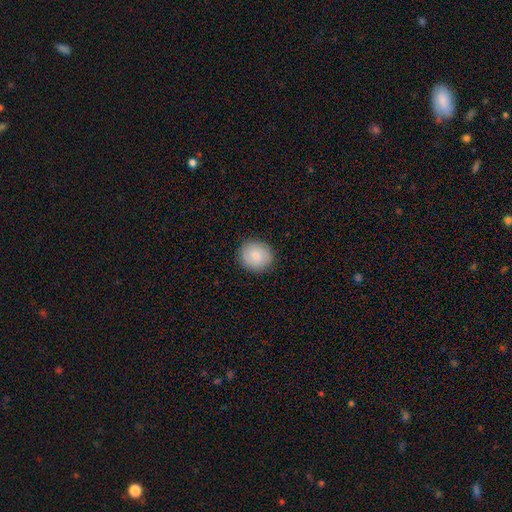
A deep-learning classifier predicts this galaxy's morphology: type=smooth (80%); roundness=round (80%); merging=none (88%).